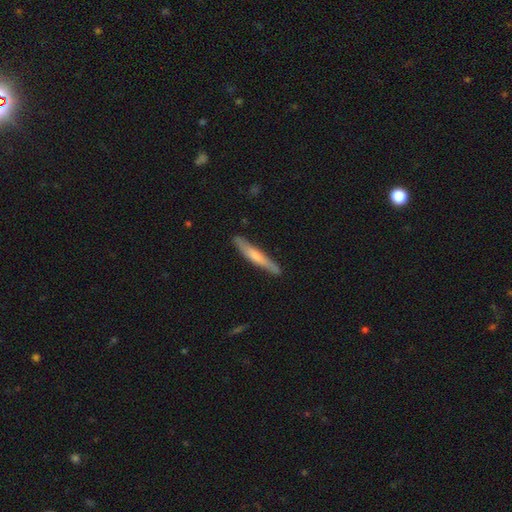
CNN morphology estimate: type=smooth (50%); merging=none (86%).